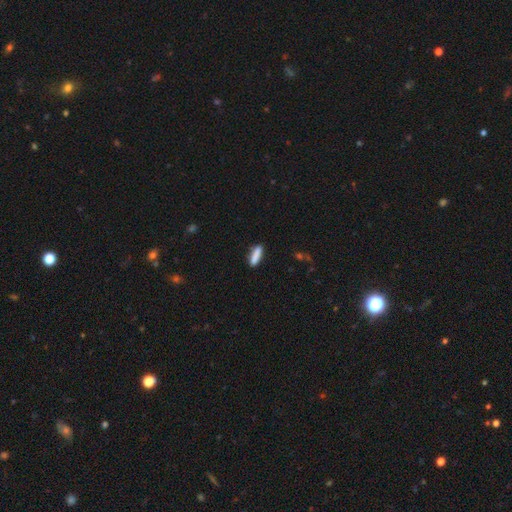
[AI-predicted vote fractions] This is clearly a smooth galaxy (85%). How rounded: likely cigar-shaped (70%). Merging: clearly none (85%).